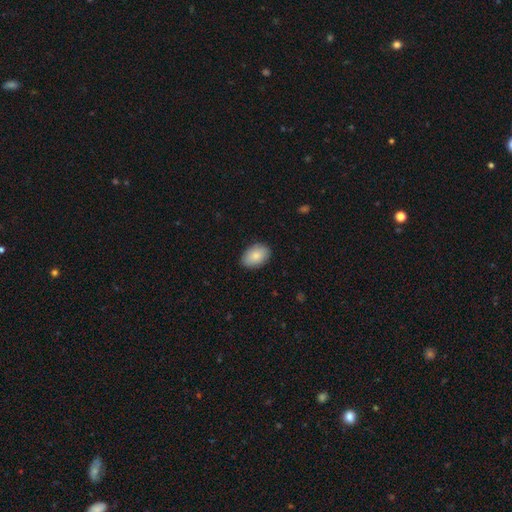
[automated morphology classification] Smooth or featured: smooth — 85% (featured or disk — 9%)
How rounded: in between — 86% (round — 13%)
Merging: none — 86% (minor disturbance — 11%)